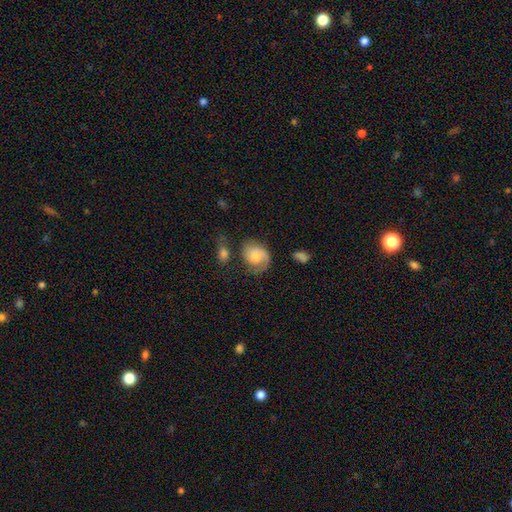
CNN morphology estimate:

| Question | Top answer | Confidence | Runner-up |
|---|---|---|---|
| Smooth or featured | featured or disk | 53% | smooth (40%) |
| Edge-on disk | no | 97% | yes (3%) |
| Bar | no | 73% | weak (24%) |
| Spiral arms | yes | 88% | no (12%) |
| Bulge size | moderate | 43% | small (34%) |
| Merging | none | 50% | minor disturbance (24%) |